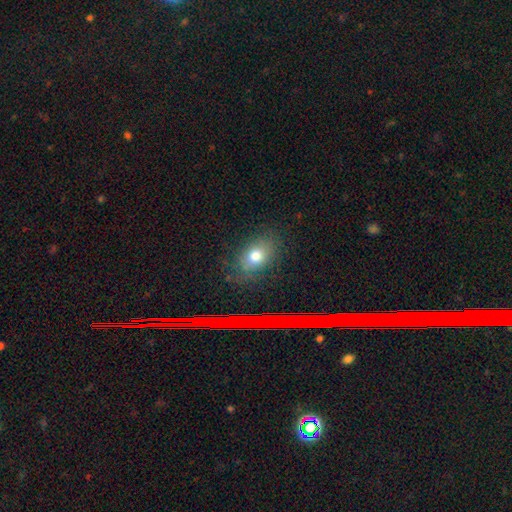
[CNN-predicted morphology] smooth 73%, featured or disk 14%, star or artifact 13%. Down the decision tree: how rounded — in between (68%); merging — none (78%).